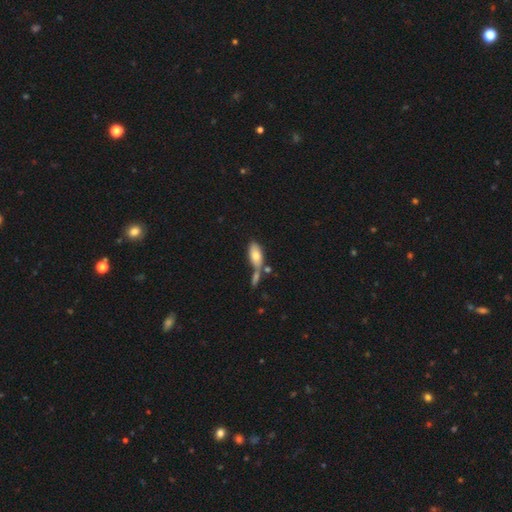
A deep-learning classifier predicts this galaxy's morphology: Smooth or featured: smooth — 74% (featured or disk — 19%)
How rounded: in between — 86% (cigar-shaped — 11%)
Merging: merger — 42% (none — 38%)